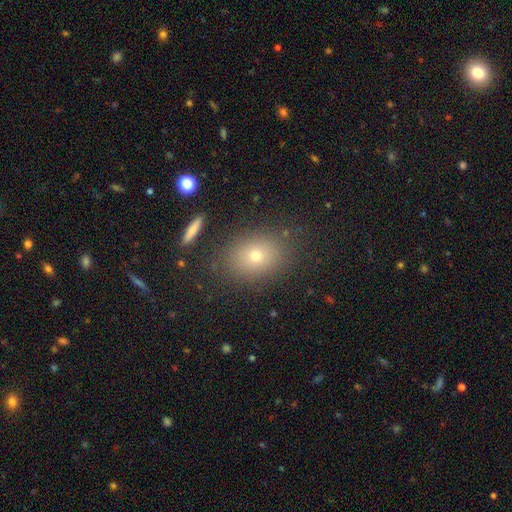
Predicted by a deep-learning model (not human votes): This appears to be a smooth galaxy with no disk features (68%) that is in between round and cigar-shaped (50%). Merging: none (85%).